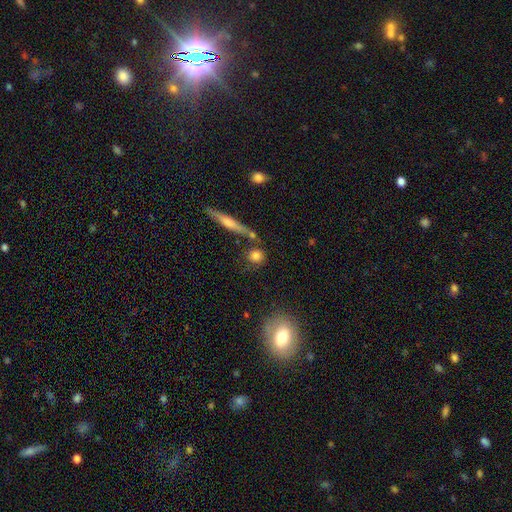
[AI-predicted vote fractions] smooth 78%, featured or disk 12%, star or artifact 11%. Down the decision tree: how rounded — round (84%); merging — none (72%).